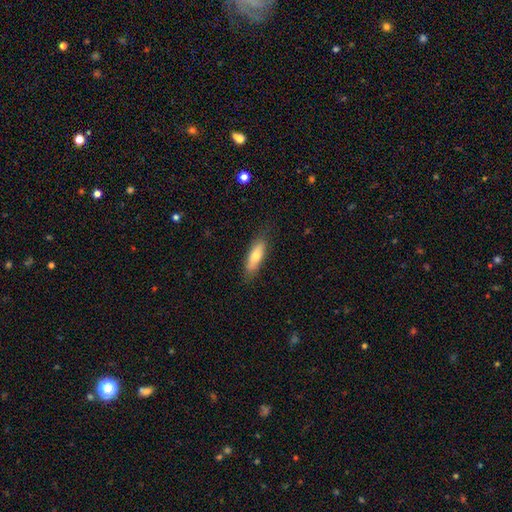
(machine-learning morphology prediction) Overall: smooth (72%). How rounded: in between (51%; cigar-shaped 47%). Merging: none (83%).